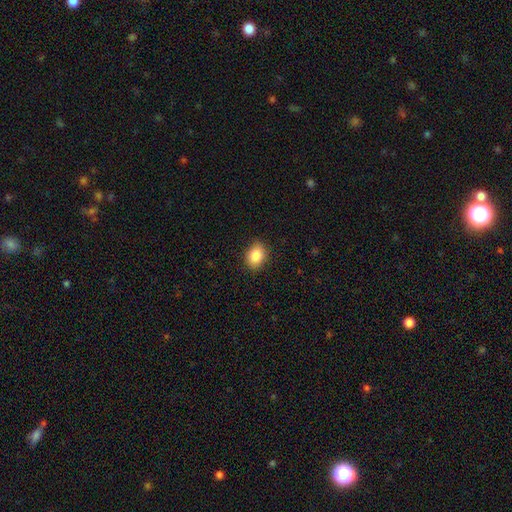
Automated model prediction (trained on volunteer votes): smooth_or_featured: smooth (p=0.86) [alt: star or artifact p=0.08]
how_rounded: in between (p=0.64) [alt: round p=0.35]
merging: none (p=0.86) [alt: minor disturbance p=0.11]